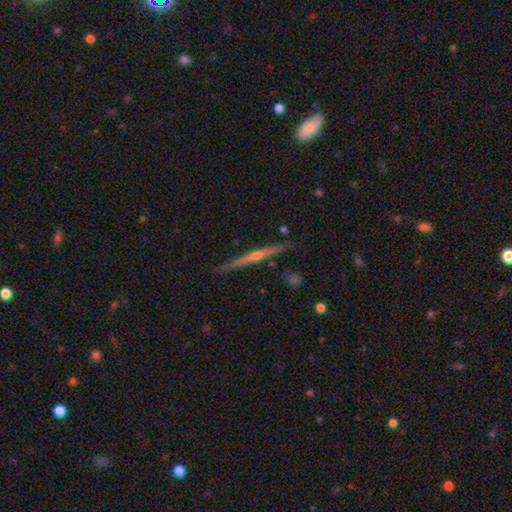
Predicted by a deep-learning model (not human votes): Overall: featured or disk (80%). Edge-on disk: yes (98%). Edge-on bulge: rounded (84%). Merging: none (88%).